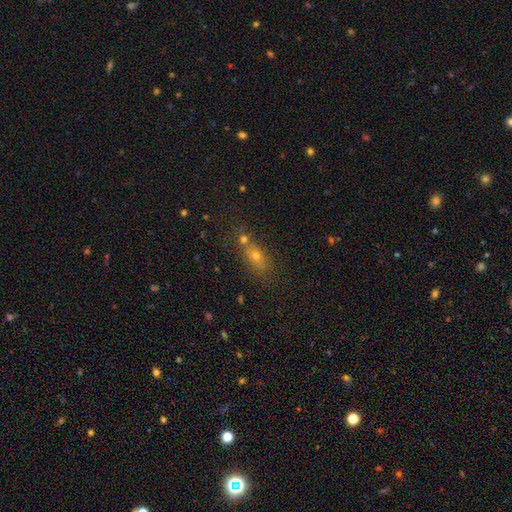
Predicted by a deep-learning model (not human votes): smooth 59%, star or artifact 24%, featured or disk 18%. Down the decision tree: how rounded — in between (56%); merging — none (57%).